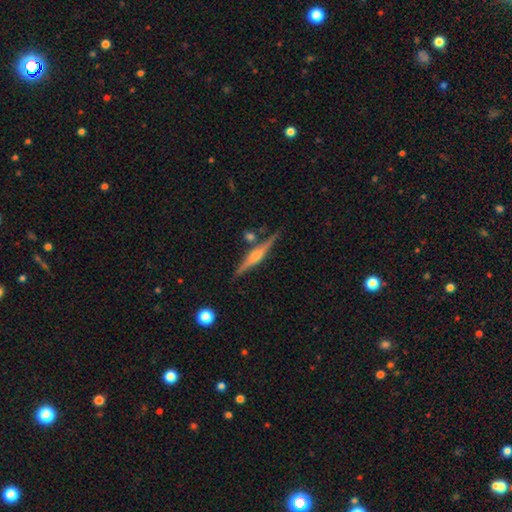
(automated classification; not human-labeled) The model was most divided on "smooth or featured": featured or disk: 73%, smooth: 21%, star or artifact: 6%. More confident: edge-on disk — yes (97%); merging — none (82%); edge-on bulge — rounded (74%).